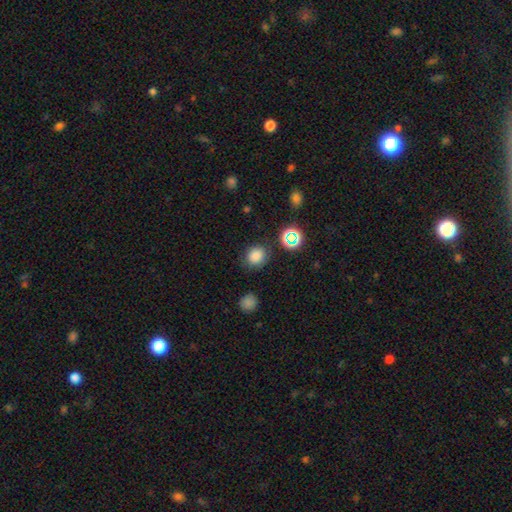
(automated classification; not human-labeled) Q: Smooth or featured?
A: smooth (79%); runner-up: star or artifact (15%)
Q: How rounded?
A: round (77%); runner-up: in between (22%)
Q: Merging?
A: none (81%); runner-up: minor disturbance (12%)